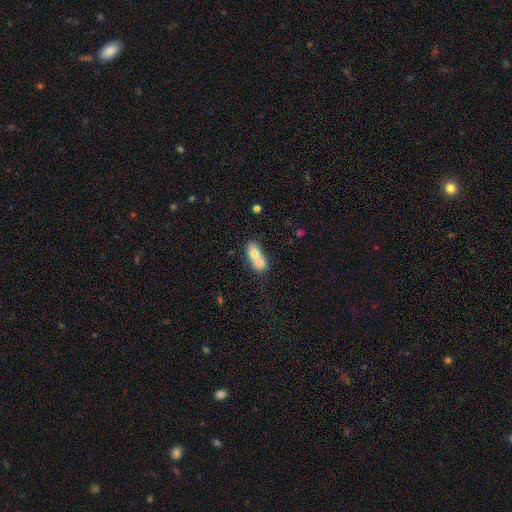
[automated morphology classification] Smooth or featured?
  - smooth: 67% *
  - featured or disk: 25%
  - star or artifact: 8%
How rounded?
  - in between: 73% *
  - round: 15%
  - cigar-shaped: 11%
Merging?
  - merger: 68% *
  - none: 20%
  - minor disturbance: 8%
  - major disturbance: 4%